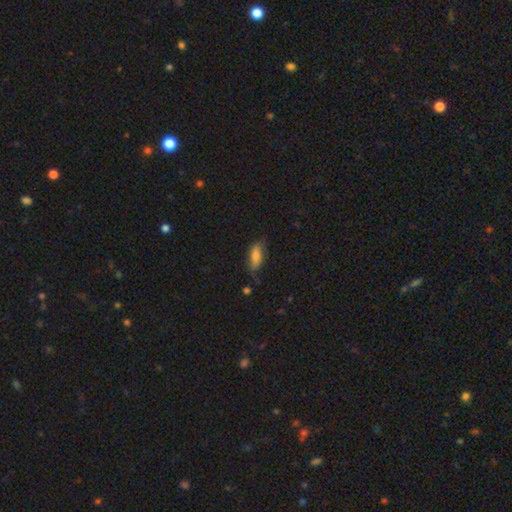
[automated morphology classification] This appears to be a smooth galaxy with no disk features (75%) that is in between round and cigar-shaped (71%). Merging: none (67%).